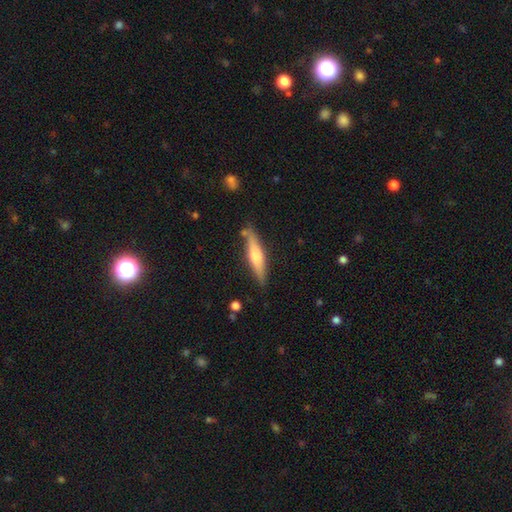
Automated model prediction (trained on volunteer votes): smooth_or_featured: smooth (p=0.55) [alt: featured or disk p=0.39]
how_rounded: cigar-shaped (p=0.82) [alt: in between p=0.16]
merging: none (p=0.82) [alt: minor disturbance p=0.12]